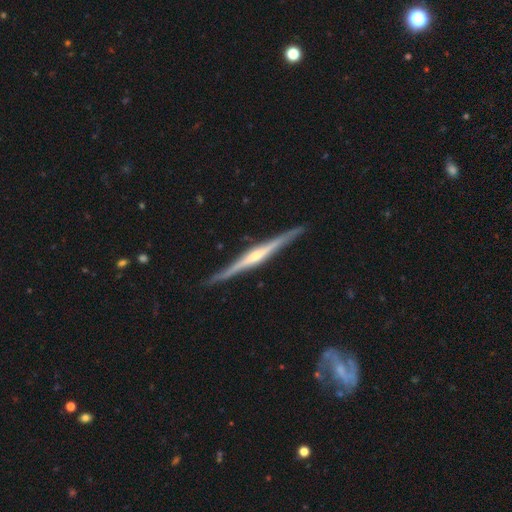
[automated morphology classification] Smooth or featured?
  - featured or disk: 85% *
  - smooth: 10%
  - star or artifact: 4%
Edge-on disk?
  - yes: 98% *
  - no: 2%
Edge-on bulge?
  - rounded: 74% *
  - none: 15%
  - boxy: 11%
Merging?
  - none: 89% *
  - minor disturbance: 8%
  - major disturbance: 2%
  - merger: 1%